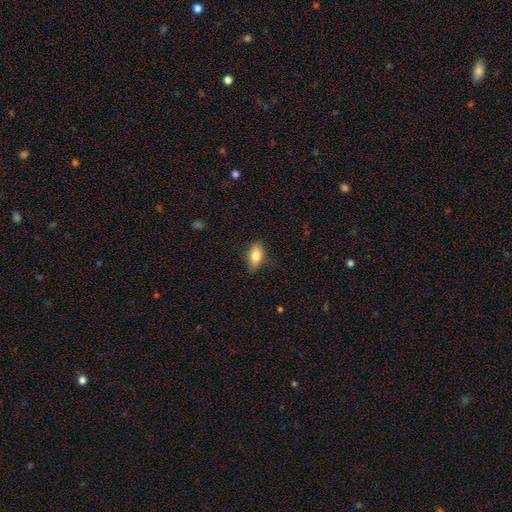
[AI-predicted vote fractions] smooth-or-featured: smooth: 80% | featured or disk: 13% | star or artifact: 7%
  how-rounded: in between: 86% | cigar-shaped: 8% | round: 6%
  merging: none: 80% | minor disturbance: 15% | major disturbance: 3% | merger: 1%